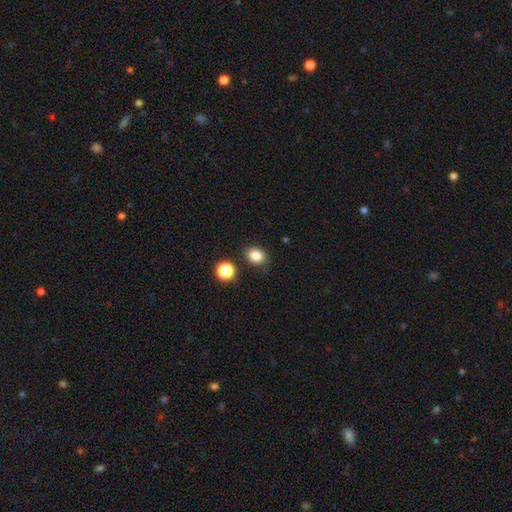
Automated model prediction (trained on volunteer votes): Overall: smooth (83%). How rounded: in between (53%; round 46%). Merging: none (82%).